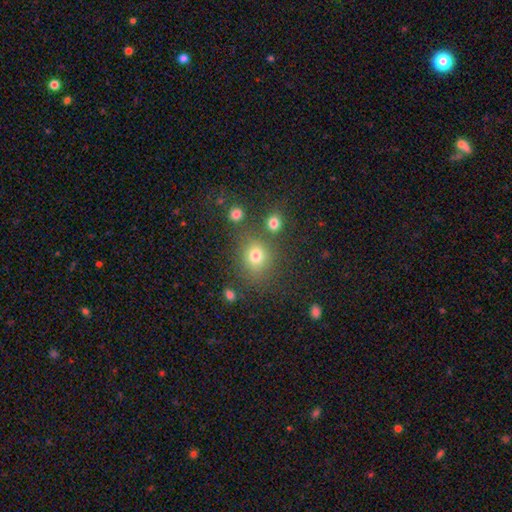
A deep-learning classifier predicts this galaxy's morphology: smooth 73%, star or artifact 18%, featured or disk 9%. Down the decision tree: how rounded — round (72%); merging — none (70%).